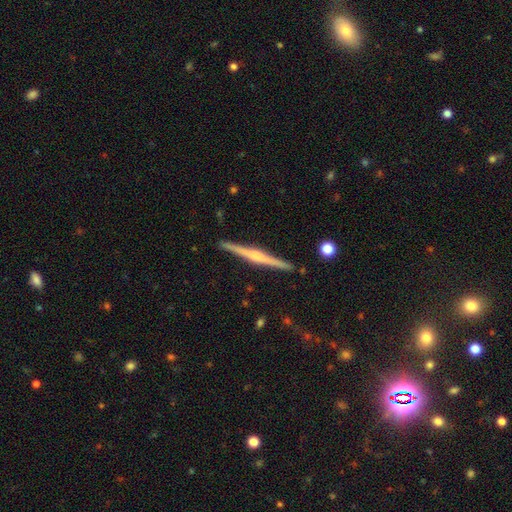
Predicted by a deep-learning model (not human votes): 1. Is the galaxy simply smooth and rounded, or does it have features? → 80% featured or disk, 15% smooth, 5% star or artifact.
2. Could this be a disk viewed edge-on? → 99% yes, 1% no.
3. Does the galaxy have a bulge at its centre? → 76% rounded, 14% boxy, 11% none.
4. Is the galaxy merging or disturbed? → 91% none, 6% minor disturbance, 1% major disturbance, 1% merger.